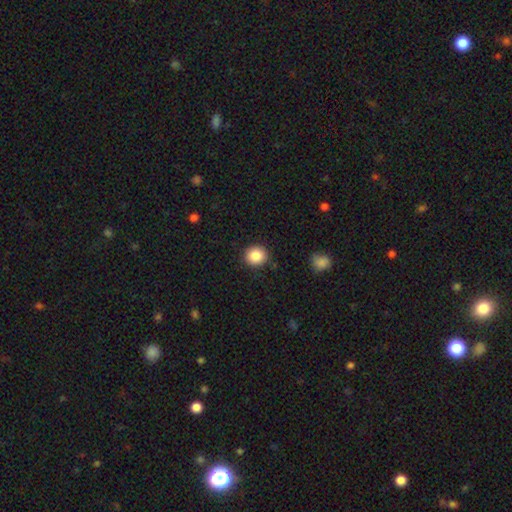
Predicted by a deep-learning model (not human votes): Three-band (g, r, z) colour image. It shows a smooth galaxy with no disk features (87%) that is round (88%). Merging: none (90%).